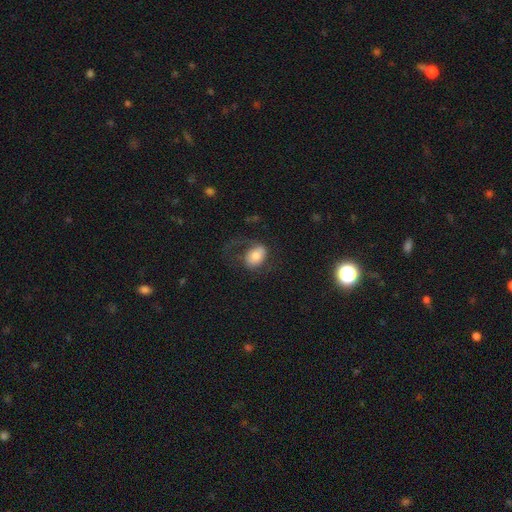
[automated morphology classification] Overall: smooth (61%; featured or disk 31%). How rounded: in between (78%). Merging: none (43%; major disturbance 36%).